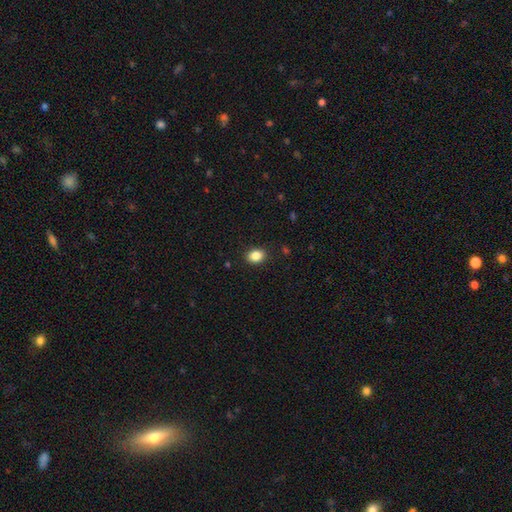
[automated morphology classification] This appears to be a smooth galaxy with no disk features (86%) that is in between round and cigar-shaped (63%). Merging: none (89%).